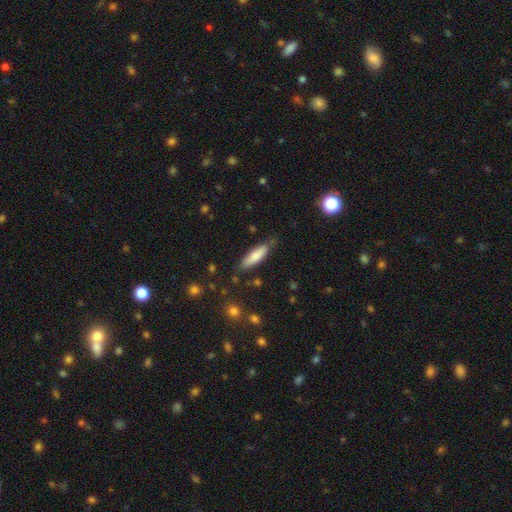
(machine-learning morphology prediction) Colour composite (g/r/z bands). It shows a smooth galaxy with no disk features (77%) that is cigar-shaped (63%). Merging: none (74%).